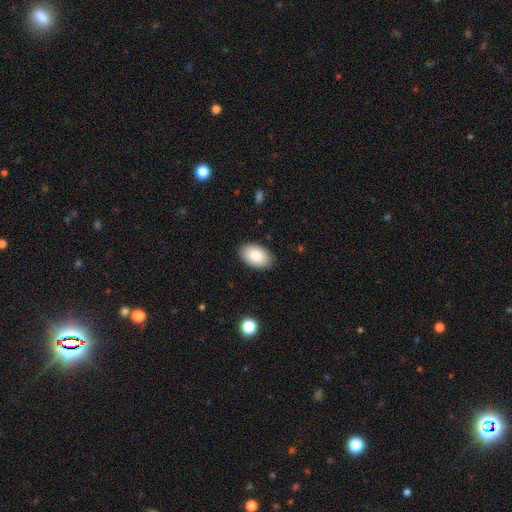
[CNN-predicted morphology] Overall: smooth (88%). How rounded: in between (94%). Merging: none (88%).